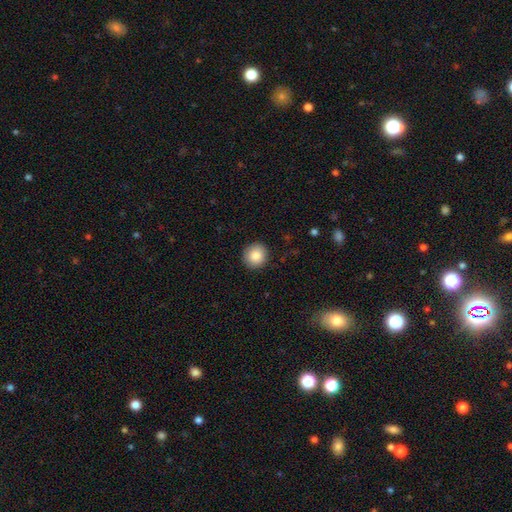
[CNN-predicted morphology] This is clearly a smooth galaxy (86%). How rounded: clearly round (91%). Merging: clearly none (91%).